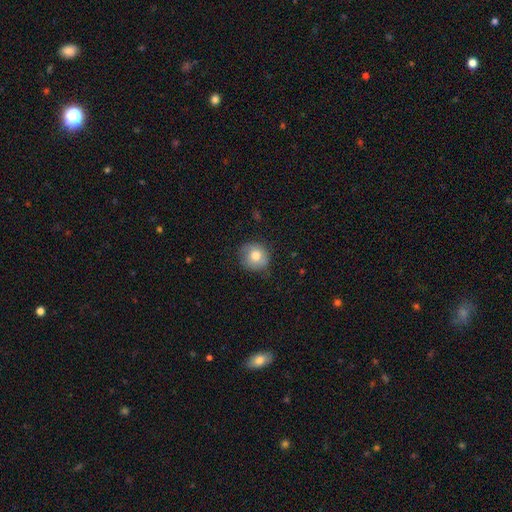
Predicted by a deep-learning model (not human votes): Morphology: type=smooth (77%); roundness=round (88%); merging=none (75%).